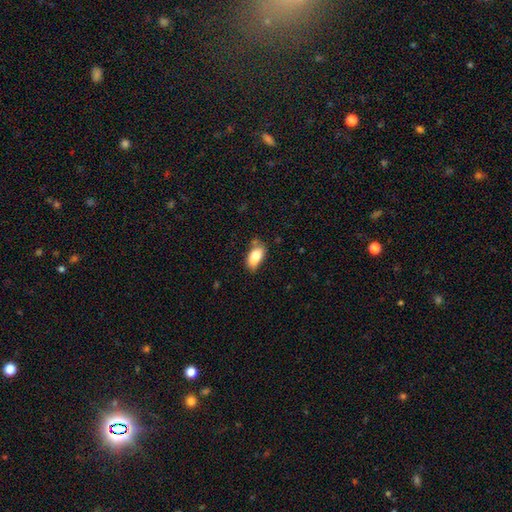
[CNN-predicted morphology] Smooth or featured?
  - smooth: 83% *
  - featured or disk: 10%
  - star or artifact: 7%
How rounded?
  - in between: 90% *
  - cigar-shaped: 7%
  - round: 3%
Merging?
  - none: 65% *
  - minor disturbance: 25%
  - major disturbance: 5%
  - merger: 5%